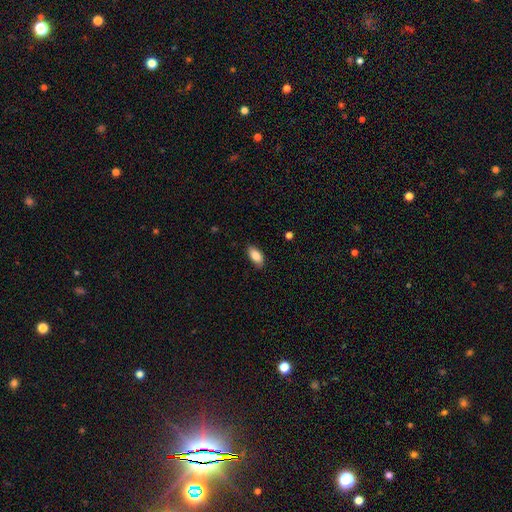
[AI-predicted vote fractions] smooth 86%, featured or disk 7%, star or artifact 7%. Down the decision tree: how rounded — in between (91%); merging — none (85%).